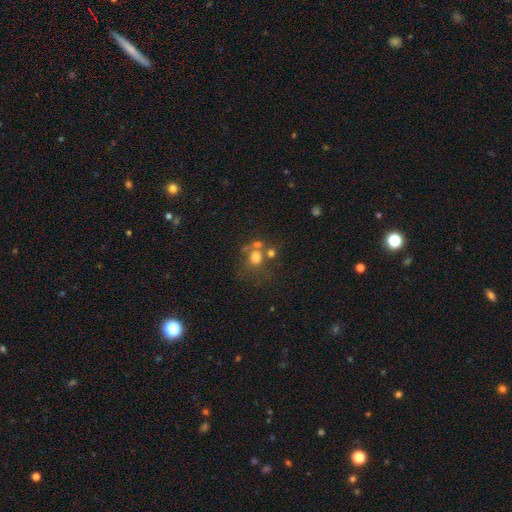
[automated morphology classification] This appears to be a smooth galaxy with no disk features (66%) that is round (79%). Merging: none (48%).